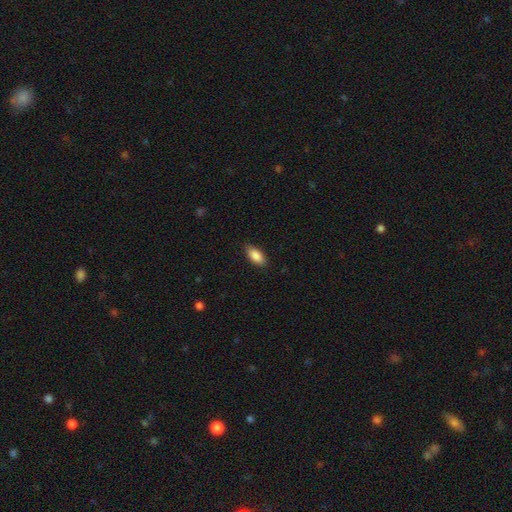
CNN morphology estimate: Overall: smooth (88%). How rounded: in between (90%). Merging: none (86%).